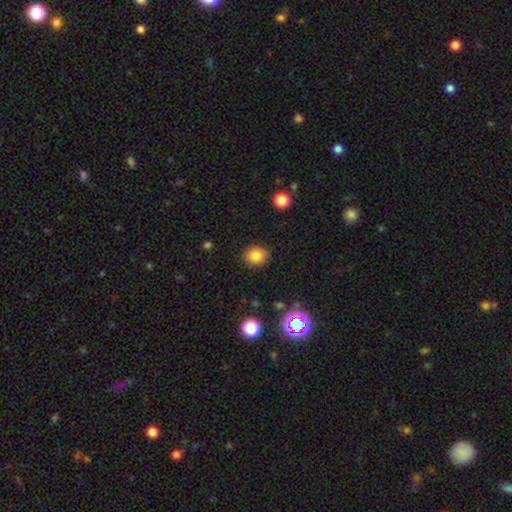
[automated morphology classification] A smooth galaxy with no disk features (83%) that is round (69%). Merging: none (88%).